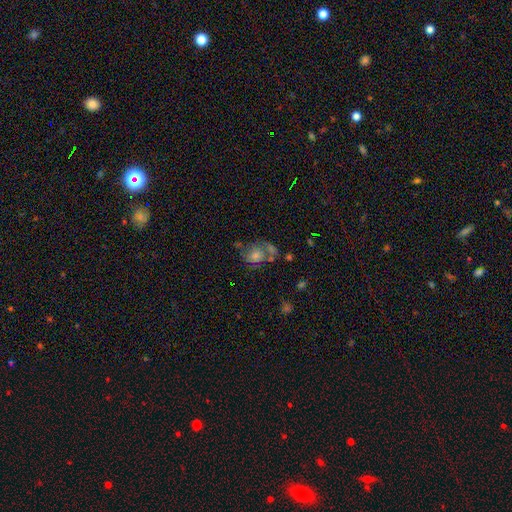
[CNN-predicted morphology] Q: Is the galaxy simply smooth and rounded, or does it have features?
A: featured or disk — 43%.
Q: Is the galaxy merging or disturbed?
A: none — 45%.